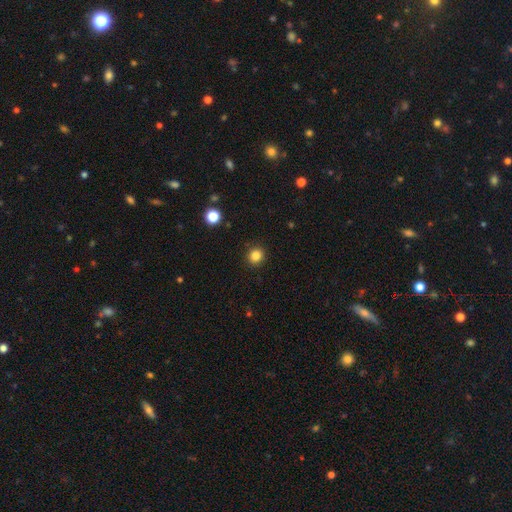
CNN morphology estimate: Smooth or featured? Predicted: smooth (p=0.84). How rounded? Predicted: round (p=0.87). Merging? Predicted: none (p=0.91).